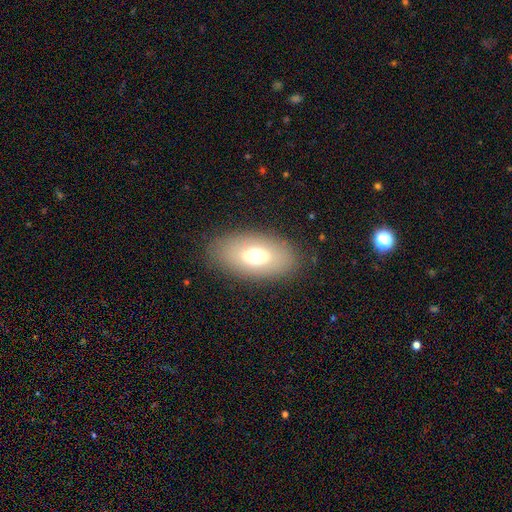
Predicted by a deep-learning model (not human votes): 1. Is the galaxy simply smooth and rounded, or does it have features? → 65% smooth, 26% featured or disk, 9% star or artifact.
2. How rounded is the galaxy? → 90% in between, 7% round, 2% cigar-shaped.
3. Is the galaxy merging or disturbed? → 84% none, 10% minor disturbance, 5% major disturbance, 1% merger.